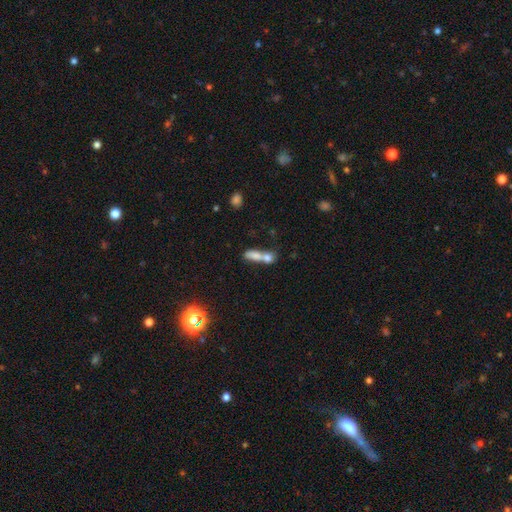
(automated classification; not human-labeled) Morphology: type=smooth (72%); roundness=in between (54%); merging=merger (66%).